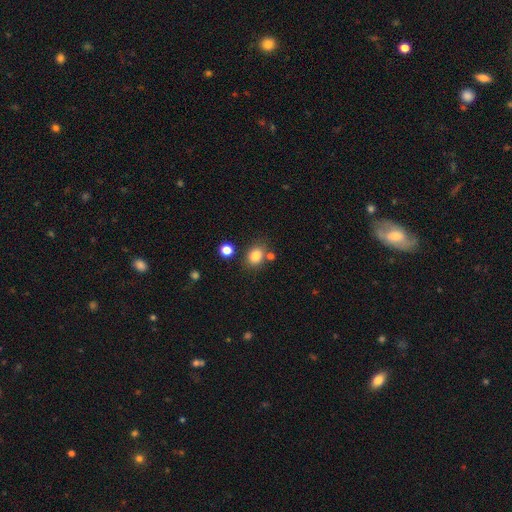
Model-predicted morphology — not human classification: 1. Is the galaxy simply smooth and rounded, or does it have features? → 82% smooth, 12% star or artifact, 6% featured or disk.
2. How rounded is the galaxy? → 54% round, 45% in between, 1% cigar-shaped.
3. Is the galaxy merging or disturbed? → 74% none, 12% minor disturbance, 11% merger, 4% major disturbance.